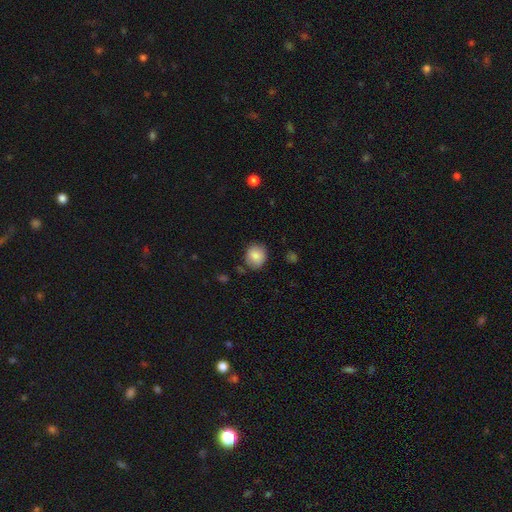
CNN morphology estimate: This is clearly a smooth galaxy (85%). How rounded: likely round (78%). Merging: clearly none (81%).